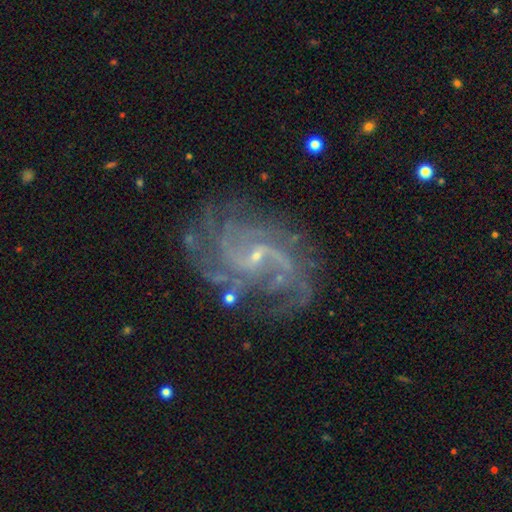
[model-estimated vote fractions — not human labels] A featured or disk galaxy (90%) with a weak bar (48%), 2 (28%) medium (51%) spiral arms (97%) and a small central bulge (85%).

Vote fractions:
- Smooth or featured? featured or disk: 90% / star or artifact: 7% / smooth: 3%
- Edge-on disk? no: 98% / yes: 2%
- Bar? weak: 48% / no: 38% / strong: 14%
- Spiral arms? yes: 97% / no: 3%
- Spiral winding? medium: 51% / tight: 25% / loose: 24%
- Spiral arm count? 2: 28% / 3: 20% / can't tell: 19% / 4: 15% / more than 4: 9% / 1: 8%
- Bulge size? small: 85% / moderate: 8% / none: 4% / large: 1% / dominant: 1%
- Merging? none: 65% / minor disturbance: 18% / major disturbance: 13% / merger: 3%